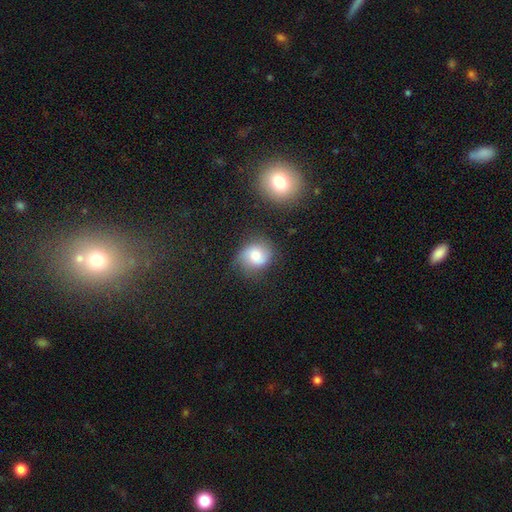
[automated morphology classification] This appears to be a smooth galaxy with no disk features (59%) that is round (75%). Merging: none (68%).